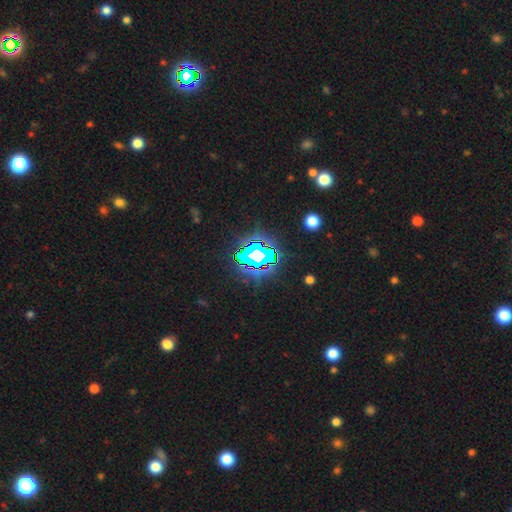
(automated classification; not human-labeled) A star or artifact, not a galaxy (75%).